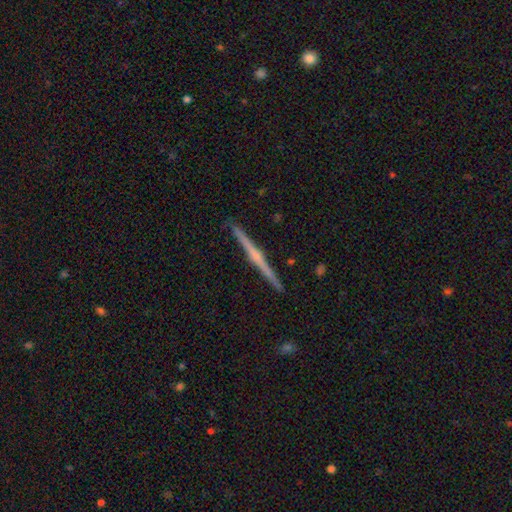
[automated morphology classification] type=featured or disk (77%); edge-on=yes (99%); edge-on bulge=rounded (66%); merging=none (93%).